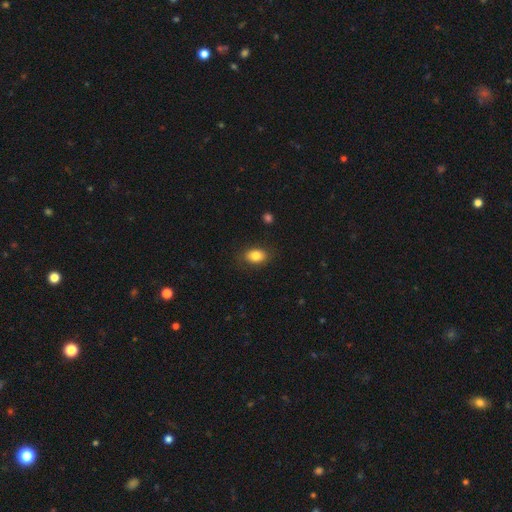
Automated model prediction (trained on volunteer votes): Smooth or featured? Predicted: smooth (p=0.84). How rounded? Predicted: in between (p=0.81). Merging? Predicted: none (p=0.83).